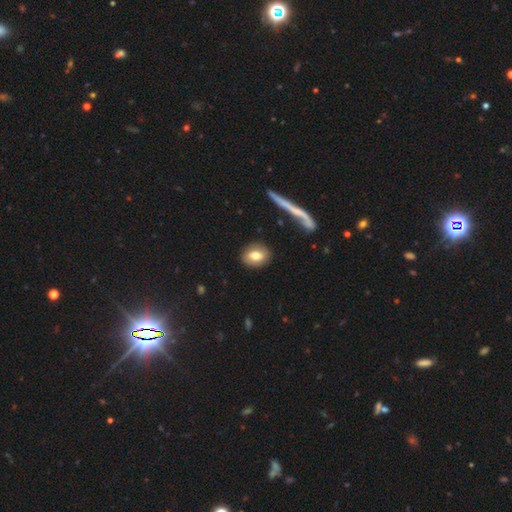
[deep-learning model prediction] smooth_or_featured: smooth (p=0.75) [alt: featured or disk p=0.18]
how_rounded: in between (p=0.51) [alt: round p=0.47]
merging: none (p=0.88) [alt: minor disturbance p=0.08]